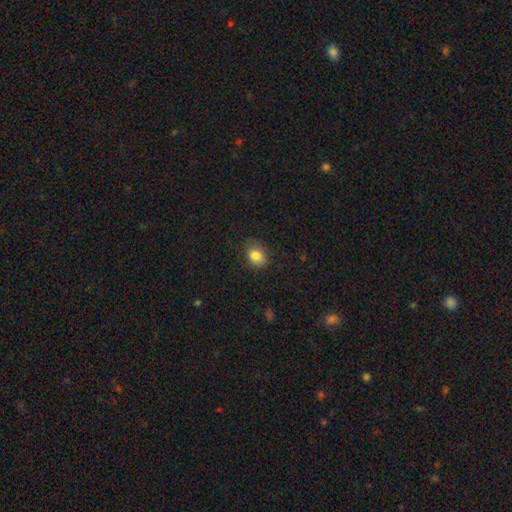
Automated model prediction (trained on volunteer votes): smooth-or-featured: smooth: 83% | star or artifact: 10% | featured or disk: 7%
  how-rounded: round: 52% | in between: 47% | cigar-shaped: 1%
  merging: none: 82% | minor disturbance: 14% | major disturbance: 3% | merger: 1%